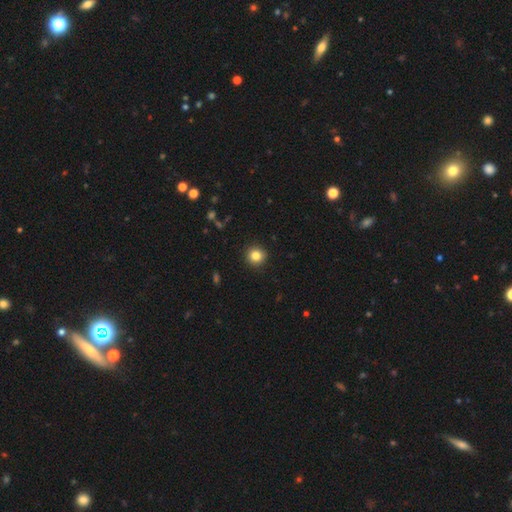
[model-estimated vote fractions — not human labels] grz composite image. It shows a smooth galaxy with no disk features (83%) that is round (94%). Merging: none (92%).